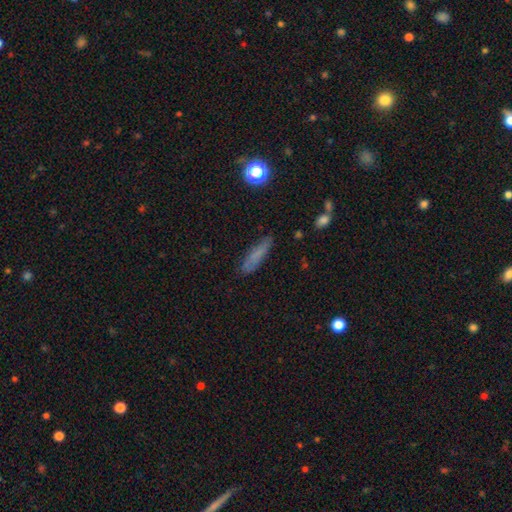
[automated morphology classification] Smooth or featured?
  - smooth: 68% *
  - featured or disk: 20%
  - star or artifact: 12%
How rounded?
  - cigar-shaped: 77% *
  - in between: 20%
  - round: 3%
Merging?
  - none: 76% *
  - minor disturbance: 17%
  - major disturbance: 5%
  - merger: 2%